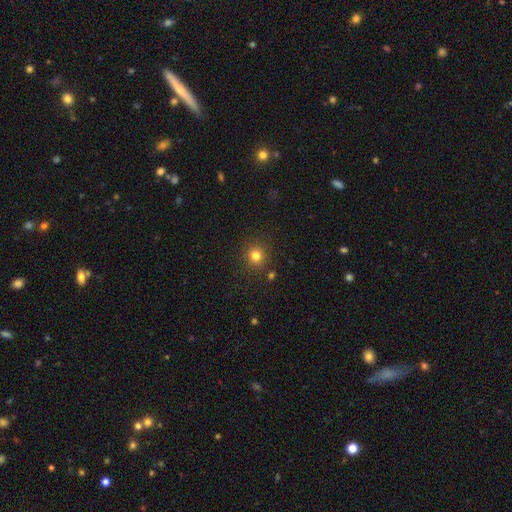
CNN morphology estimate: smooth_or_featured: smooth (p=0.79) [alt: star or artifact p=0.15]
how_rounded: round (p=0.91) [alt: in between p=0.08]
merging: none (p=0.87) [alt: minor disturbance p=0.07]